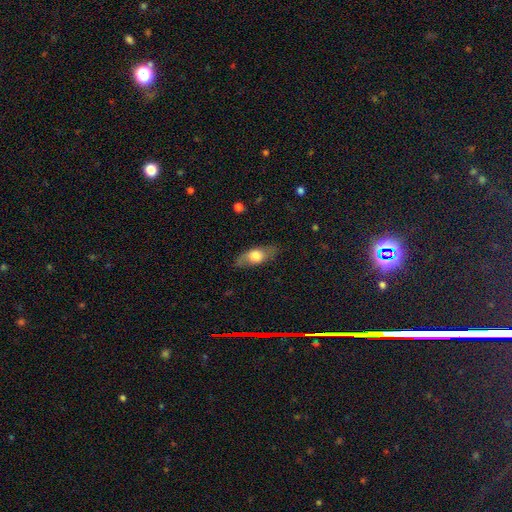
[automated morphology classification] smooth_or_featured: smooth (p=0.59) [alt: featured or disk p=0.34]
how_rounded: in between (p=0.73) [alt: cigar-shaped p=0.21]
merging: none (p=0.80) [alt: minor disturbance p=0.14]